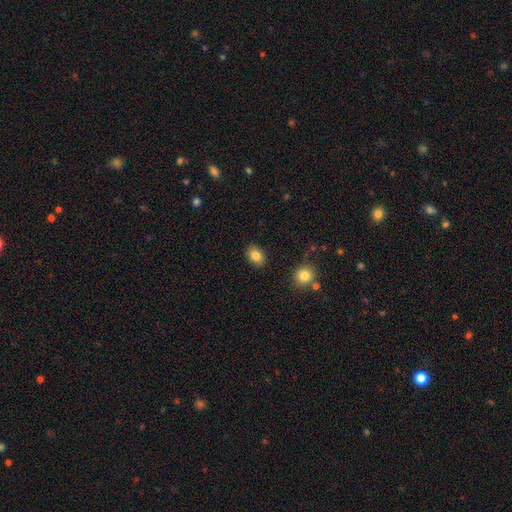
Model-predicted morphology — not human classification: A smooth galaxy with no disk features (84%) that is in between round and cigar-shaped (72%). Merging: none (88%).